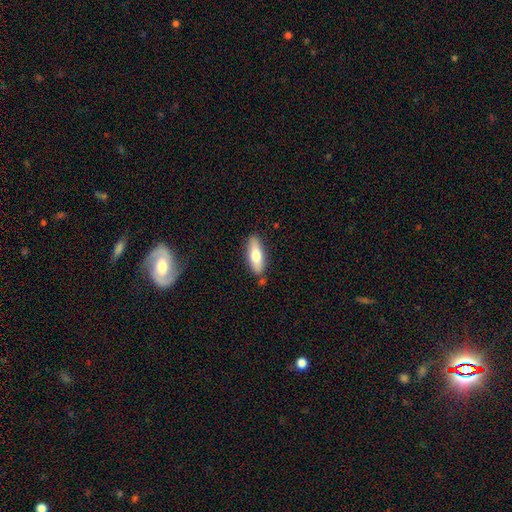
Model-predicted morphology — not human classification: A smooth galaxy with no disk features (70%) that is in between round and cigar-shaped (64%).

Vote fractions:
- Smooth or featured? smooth: 70% / featured or disk: 24% / star or artifact: 6%
- How rounded? in between: 64% / cigar-shaped: 34% / round: 2%
- Merging? none: 82% / minor disturbance: 12% / merger: 4% / major disturbance: 2%